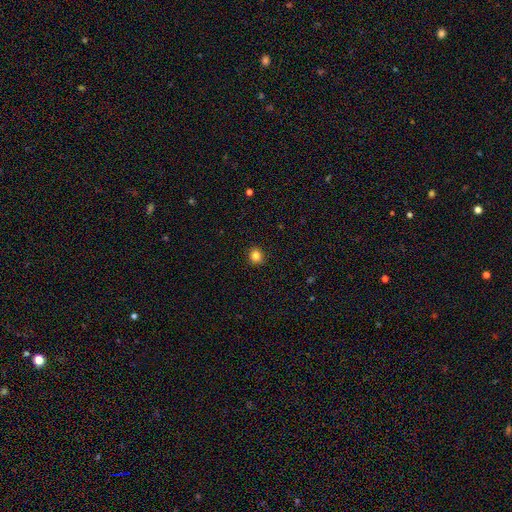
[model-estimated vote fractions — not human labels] Q: Smooth or featured?
A: smooth (83%); runner-up: star or artifact (12%)
Q: How rounded?
A: round (78%); runner-up: in between (21%)
Q: Merging?
A: none (90%); runner-up: minor disturbance (7%)